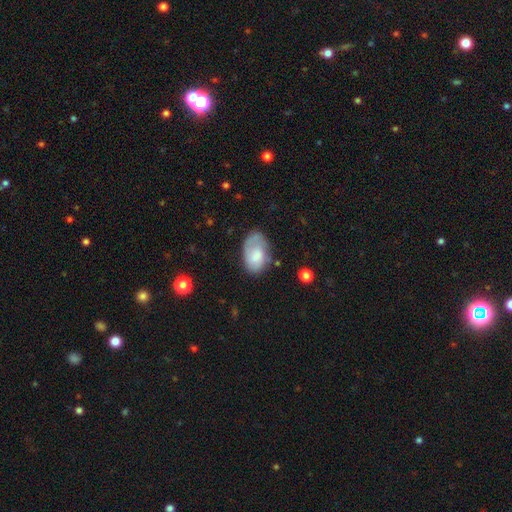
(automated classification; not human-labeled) Q: Smooth or featured?
A: smooth (64%); runner-up: featured or disk (29%)
Q: How rounded?
A: in between (90%); runner-up: round (8%)
Q: Merging?
A: none (53%); runner-up: minor disturbance (29%)